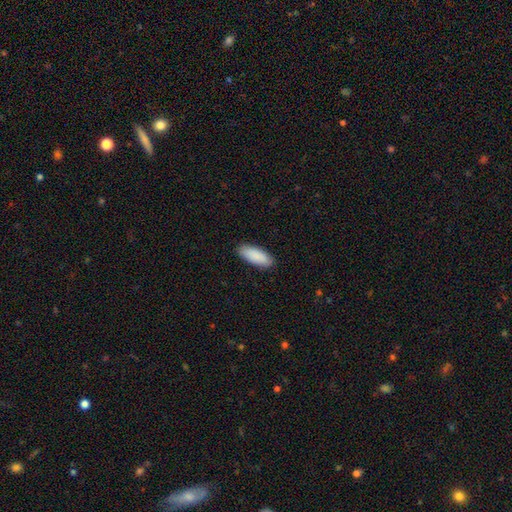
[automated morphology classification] type=smooth (90%); roundness=in between (75%); merging=none (89%).